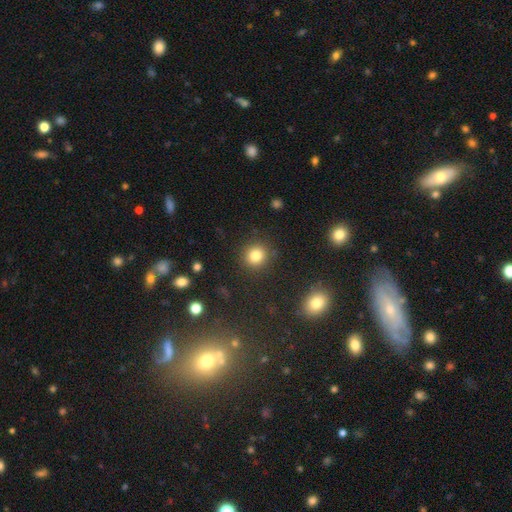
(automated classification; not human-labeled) smooth_or_featured: smooth (p=0.82) [alt: star or artifact p=0.12]
how_rounded: round (p=0.89) [alt: in between p=0.10]
merging: none (p=0.88) [alt: minor disturbance p=0.07]